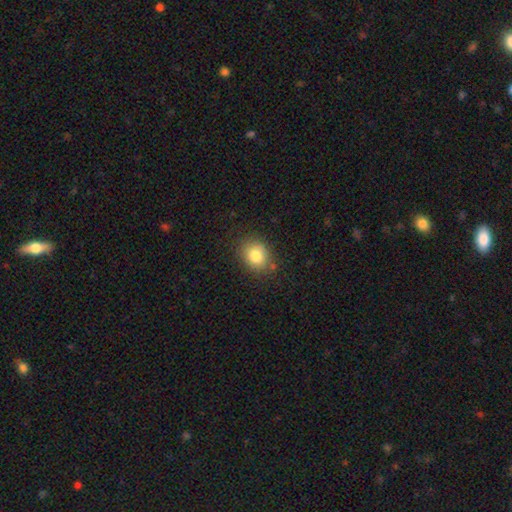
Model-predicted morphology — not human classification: Smooth or featured? Predicted: smooth (p=0.81). How rounded? Predicted: round (p=0.58). Merging? Predicted: none (p=0.79).